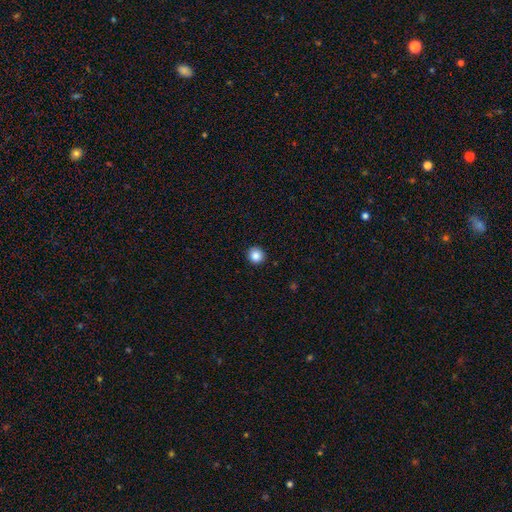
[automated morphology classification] This is clearly a smooth galaxy (86%). How rounded: clearly round (95%). Merging: clearly none (93%).